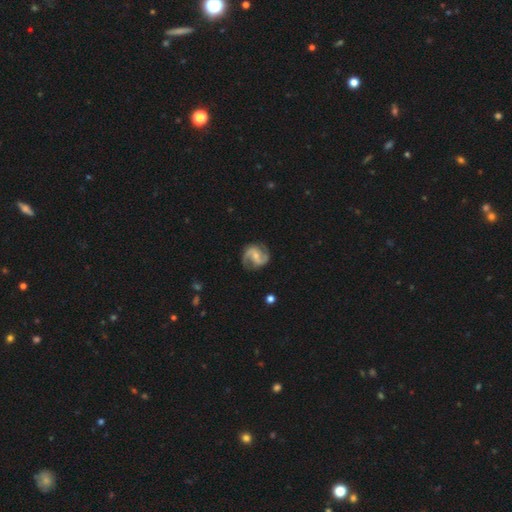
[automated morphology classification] type=featured or disk (87%); edge-on=no (98%); bar=weak (43%); spiral arms=yes (97%); winding=medium (54%); arm count=2 (92%); bulge=small (56%); merging=none (79%).